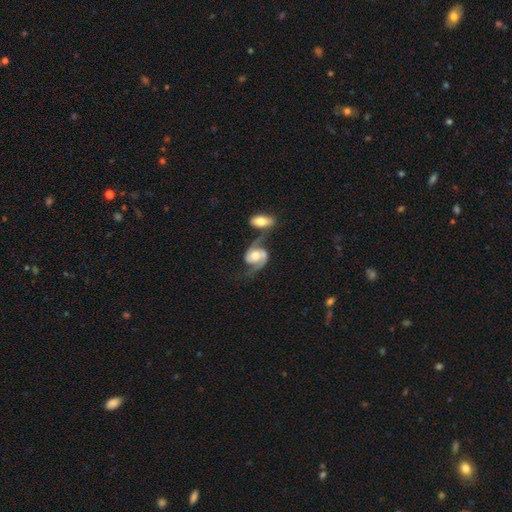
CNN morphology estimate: Smooth or featured?
  - featured or disk: 84% *
  - smooth: 11%
  - star or artifact: 5%
Edge-on disk?
  - no: 97% *
  - yes: 3%
Bar?
  - no: 60% *
  - weak: 30%
  - strong: 10%
Spiral arms?
  - yes: 96% *
  - no: 4%
Spiral winding?
  - medium: 47% *
  - loose: 36%
  - tight: 17%
Spiral arm count?
  - 2: 88% *
  - 1: 6%
  - can't tell: 3%
  - 3: 1%
  - 4: 1%
  - more than 4: 1%
Bulge size?
  - moderate: 55% *
  - large: 21%
  - small: 18%
  - none: 4%
  - dominant: 3%
Merging?
  - none: 36% * (tied)
  - merger: 36% * (tied)
  - minor disturbance: 15%
  - major disturbance: 13%